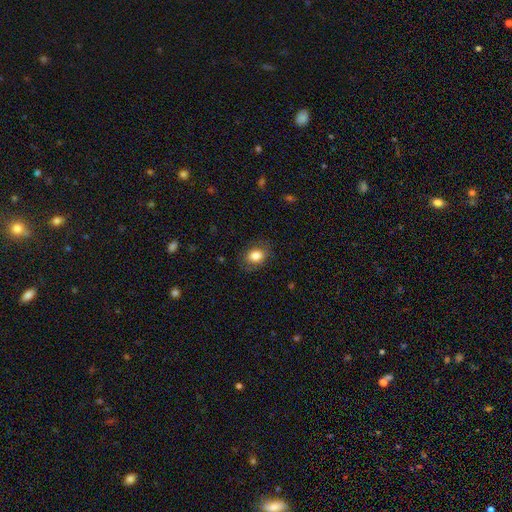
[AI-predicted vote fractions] Overall: smooth (83%). How rounded: in between (64%; round 35%). Merging: none (81%).